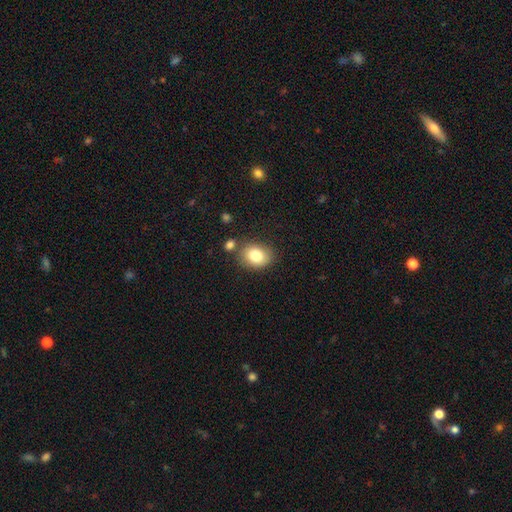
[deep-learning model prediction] Smooth or featured: smooth — 82% (featured or disk — 9%)
How rounded: in between — 59% (round — 40%)
Merging: none — 75% (minor disturbance — 14%)